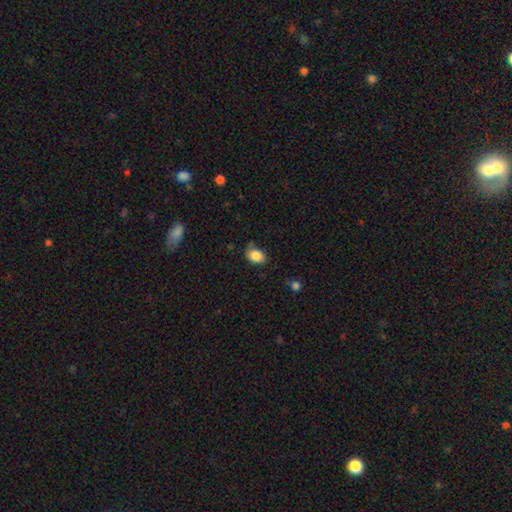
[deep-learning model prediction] Smooth or featured: smooth — 86% (star or artifact — 8%)
How rounded: in between — 74% (round — 25%)
Merging: none — 70% (minor disturbance — 22%)